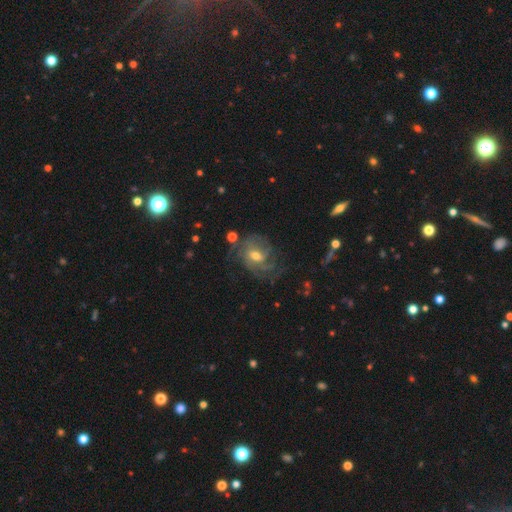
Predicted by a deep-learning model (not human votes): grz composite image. It shows a featured or disk galaxy (81%) with a weak bar (49%), tight (44%) spiral arms (92%) and a moderate central bulge (63%). Merging: none (58%).